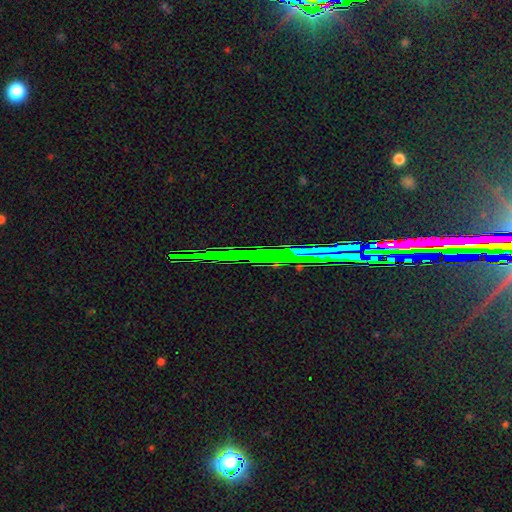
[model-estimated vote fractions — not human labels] A star or artifact, not a galaxy (81%).

Vote fractions:
- Smooth or featured? star or artifact: 81% / featured or disk: 11% / smooth: 8%